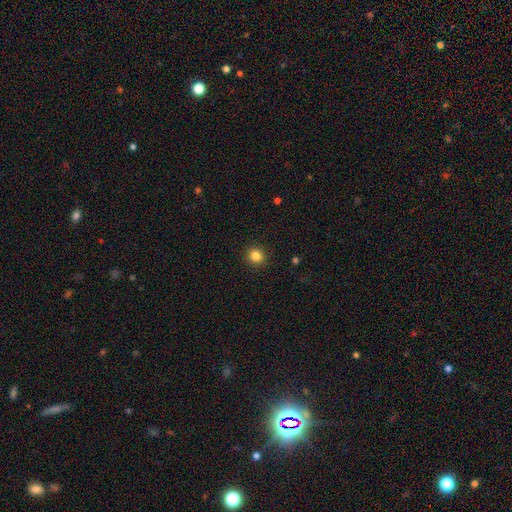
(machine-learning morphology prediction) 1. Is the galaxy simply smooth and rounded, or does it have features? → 85% smooth, 11% star or artifact, 4% featured or disk.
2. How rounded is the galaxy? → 80% round, 19% in between, 1% cigar-shaped.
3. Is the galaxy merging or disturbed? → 91% none, 6% minor disturbance, 2% major disturbance, 1% merger.